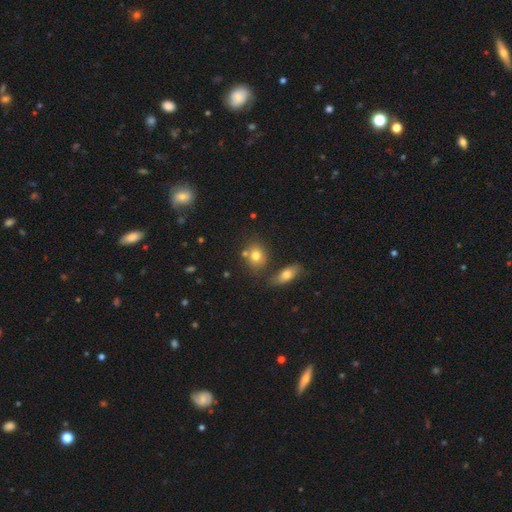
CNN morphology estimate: smooth-or-featured: smooth: 77% | featured or disk: 12% | star or artifact: 11%
  how-rounded: round: 50% | in between: 48% | cigar-shaped: 2%
  merging: none: 63% | merger: 21% | minor disturbance: 13% | major disturbance: 4%